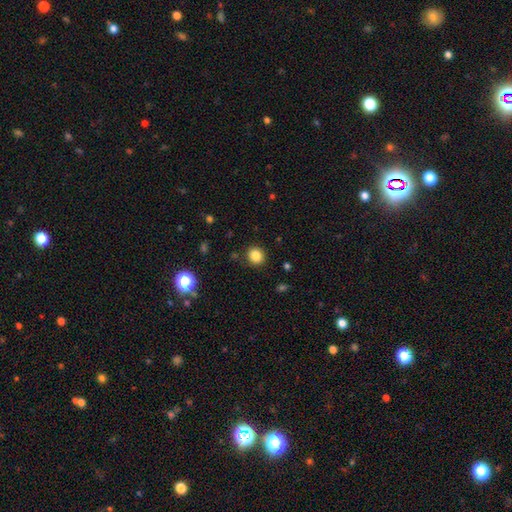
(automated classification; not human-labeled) smooth 84%, star or artifact 12%, featured or disk 5%. Down the decision tree: how rounded — round (81%); merging — none (89%).